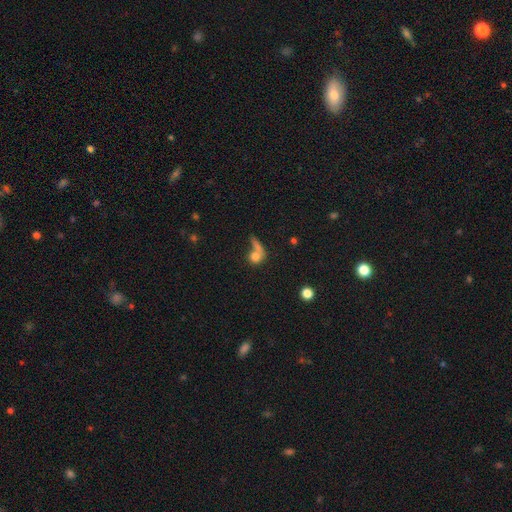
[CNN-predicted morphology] This is likely a smooth galaxy (69%). How rounded: likely round (67%). Merging: marginally merger (36%).